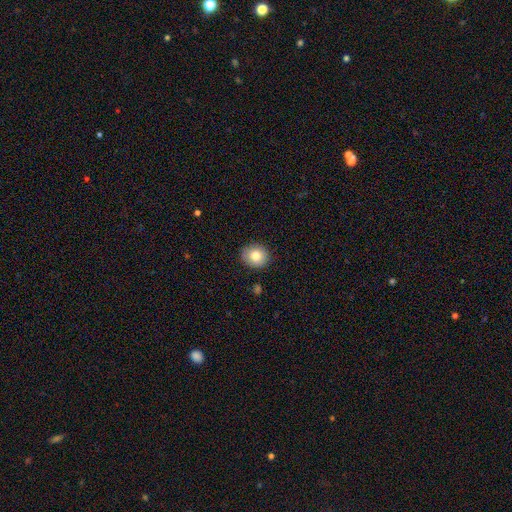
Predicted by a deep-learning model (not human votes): smooth_or_featured: smooth (p=0.82) [alt: featured or disk p=0.09]
how_rounded: round (p=0.72) [alt: in between p=0.27]
merging: none (p=0.88) [alt: minor disturbance p=0.09]